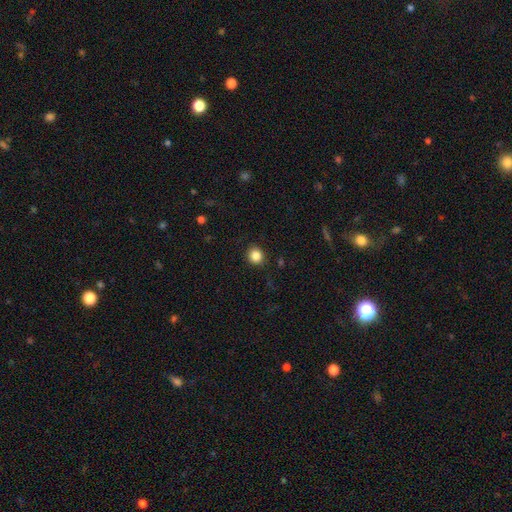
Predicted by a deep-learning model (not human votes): smooth_or_featured: smooth (p=0.85) [alt: star or artifact p=0.10]
how_rounded: round (p=0.86) [alt: in between p=0.13]
merging: none (p=0.90) [alt: minor disturbance p=0.06]